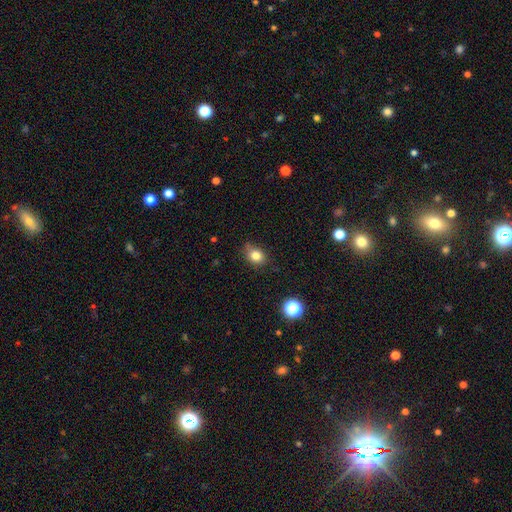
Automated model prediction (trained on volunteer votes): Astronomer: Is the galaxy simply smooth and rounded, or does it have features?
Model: smooth — 81%.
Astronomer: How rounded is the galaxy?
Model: round — 54% (runner-up: in between, 45%).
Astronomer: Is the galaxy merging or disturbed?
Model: none — 69%.